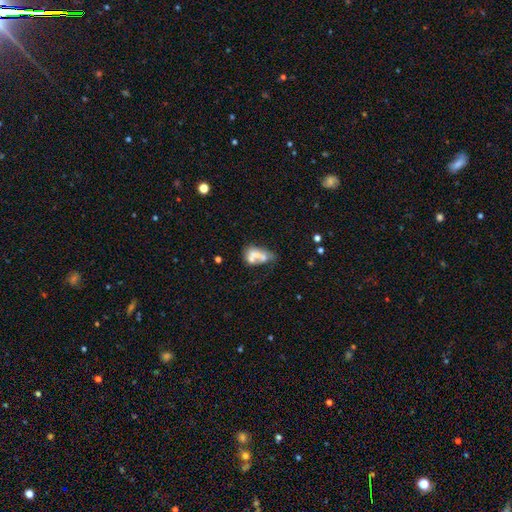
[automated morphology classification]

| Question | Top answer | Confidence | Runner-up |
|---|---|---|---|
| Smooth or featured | smooth | 52% | featured or disk (37%) |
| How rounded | in between | 80% | round (15%) |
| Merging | merger | 47% | none (21%) |